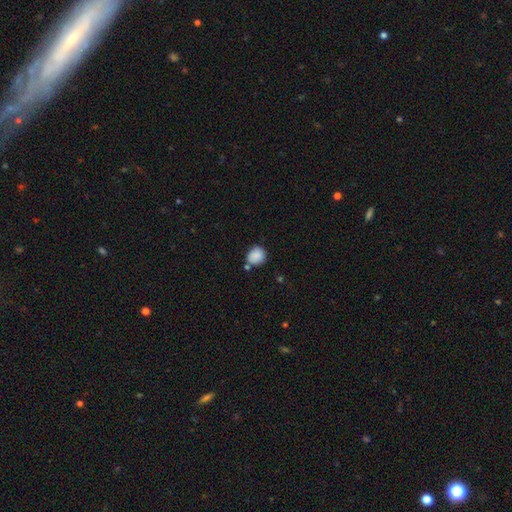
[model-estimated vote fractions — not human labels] The model was most divided on "merging": none: 70%, minor disturbance: 16%, merger: 11%, major disturbance: 4%. More confident: smooth or featured — smooth (87%); how rounded — round (81%).